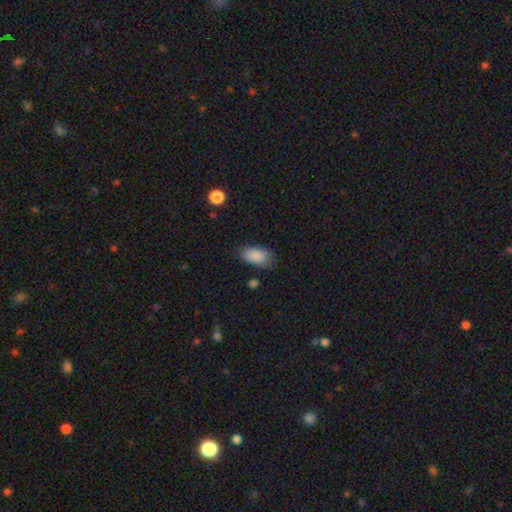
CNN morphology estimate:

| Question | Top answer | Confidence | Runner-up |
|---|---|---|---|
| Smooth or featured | smooth | 88% | star or artifact (8%) |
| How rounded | in between | 92% | round (6%) |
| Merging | none | 74% | minor disturbance (19%) |